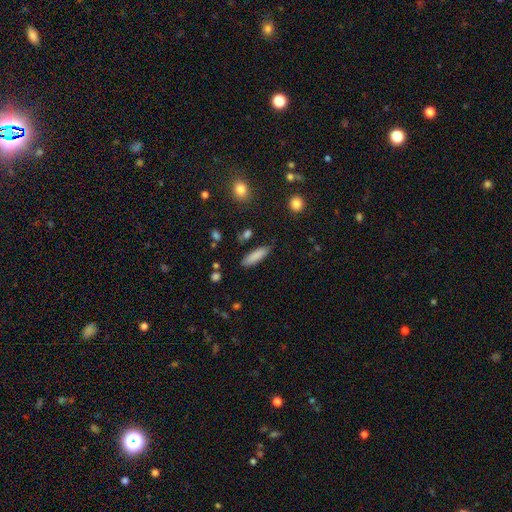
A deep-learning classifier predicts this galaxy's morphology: This appears to be a smooth galaxy with no disk features (85%) that is cigar-shaped (60%). Merging: none (79%).